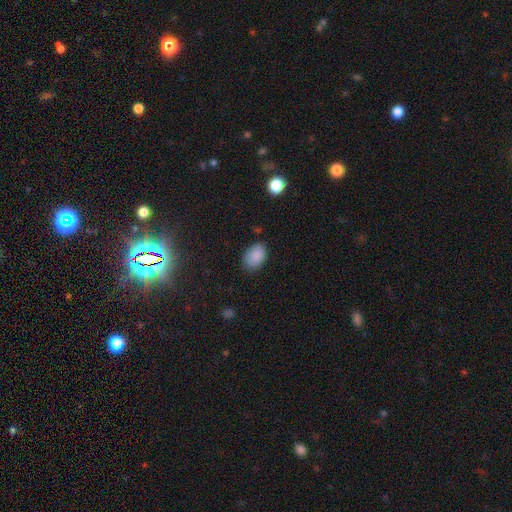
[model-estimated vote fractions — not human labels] smooth 87%, star or artifact 8%, featured or disk 5%. Down the decision tree: how rounded — in between (86%); merging — none (78%).